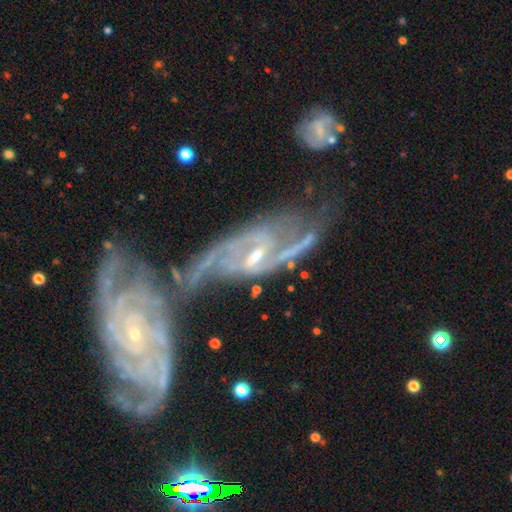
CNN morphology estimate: Smooth or featured?
  - featured or disk: 89% *
  - star or artifact: 6%
  - smooth: 5%
Edge-on disk?
  - no: 94% *
  - yes: 6%
Bar?
  - weak: 45% *
  - no: 28%
  - strong: 27%
Spiral arms?
  - yes: 97% *
  - no: 3%
Spiral winding?
  - medium: 46% *
  - tight: 32%
  - loose: 22%
Spiral arm count?
  - 2: 61% *
  - can't tell: 15%
  - 3: 10%
  - 4: 5%
  - more than 4: 5%
  - 1: 5%
Bulge size?
  - small: 72% *
  - moderate: 22%
  - none: 3%
  - large: 2%
  - dominant: 1%
Merging?
  - merger: 52% *
  - none: 26%
  - minor disturbance: 13%
  - major disturbance: 9%